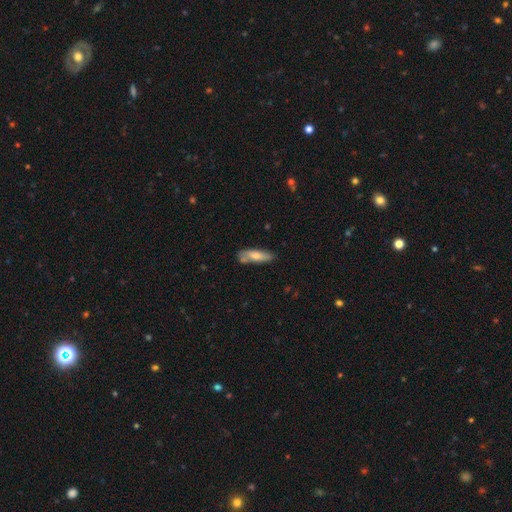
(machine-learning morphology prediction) type=smooth (71%); roundness=cigar-shaped (49%, tied with in between); merging=none (66%).